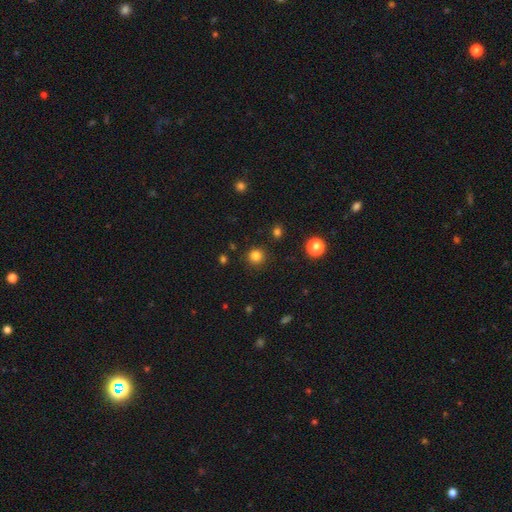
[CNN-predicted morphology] This appears to be a smooth galaxy with no disk features (82%) that is round (93%). Merging: none (90%).